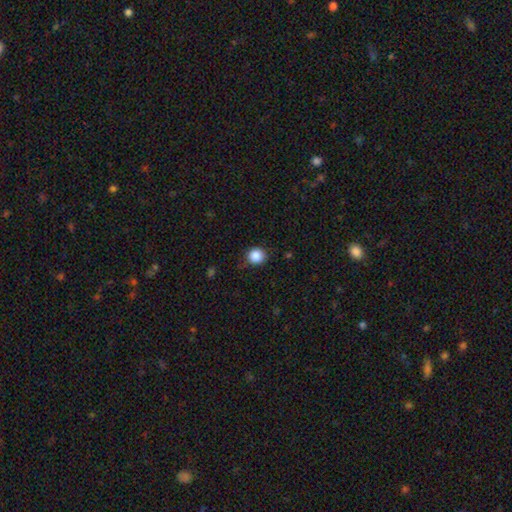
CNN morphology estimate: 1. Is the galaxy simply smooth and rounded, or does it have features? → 87% smooth, 10% star or artifact, 3% featured or disk.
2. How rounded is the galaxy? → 91% round, 8% in between, 1% cigar-shaped.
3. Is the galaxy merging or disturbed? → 83% none, 13% minor disturbance, 3% major disturbance, 1% merger.